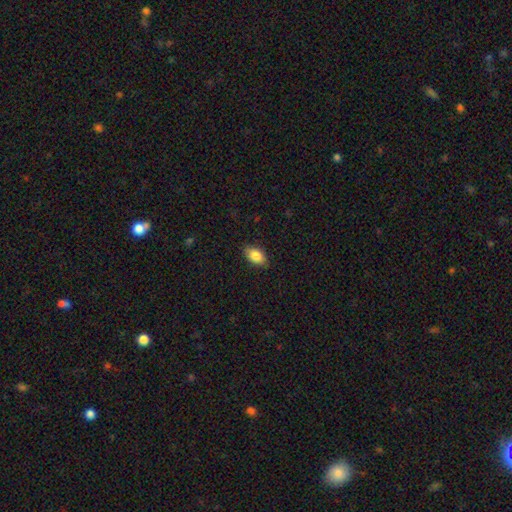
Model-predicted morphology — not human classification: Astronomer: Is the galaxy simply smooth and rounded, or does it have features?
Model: smooth — 85%.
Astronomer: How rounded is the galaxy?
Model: in between — 90%.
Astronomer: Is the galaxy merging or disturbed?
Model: none — 85%.